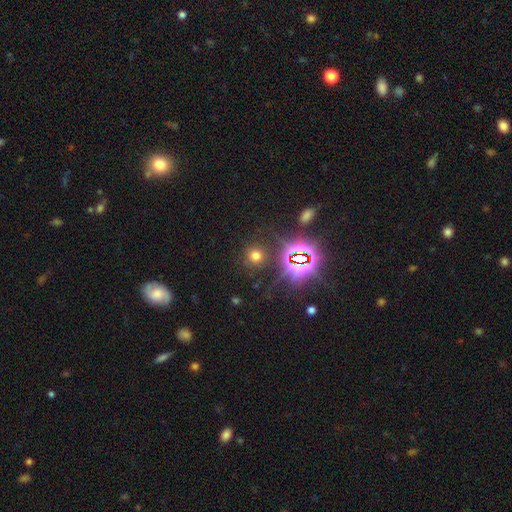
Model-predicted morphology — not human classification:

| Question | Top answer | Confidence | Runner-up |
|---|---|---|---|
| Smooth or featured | smooth | 61% | star or artifact (32%) |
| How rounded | round | 90% | in between (9%) |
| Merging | none | 85% | minor disturbance (8%) |